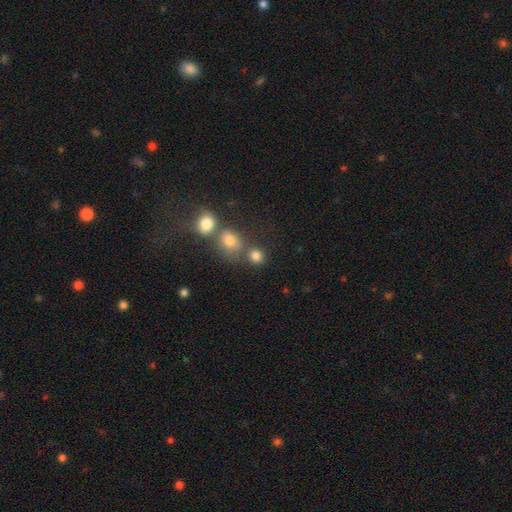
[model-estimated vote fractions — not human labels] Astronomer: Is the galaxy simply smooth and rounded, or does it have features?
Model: smooth — 80%.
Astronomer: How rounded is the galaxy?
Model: round — 74%.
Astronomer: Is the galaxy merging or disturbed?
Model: none — 60%.